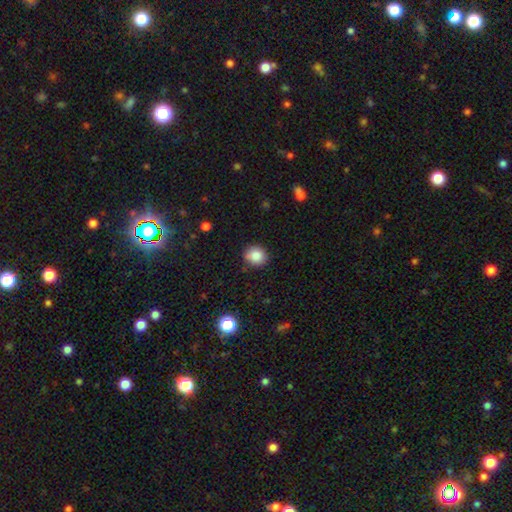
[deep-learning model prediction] Morphology: type=smooth (85%); roundness=round (80%); merging=none (81%).